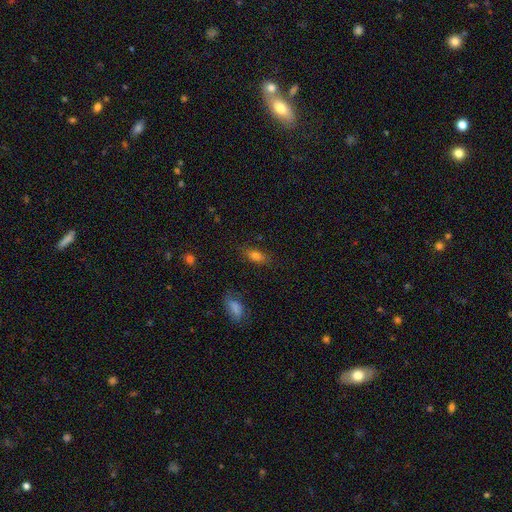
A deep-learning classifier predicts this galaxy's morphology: smooth-or-featured: smooth: 76% | star or artifact: 13% | featured or disk: 12%
  how-rounded: in between: 79% | cigar-shaped: 15% | round: 6%
  merging: none: 78% | minor disturbance: 15% | major disturbance: 5% | merger: 3%